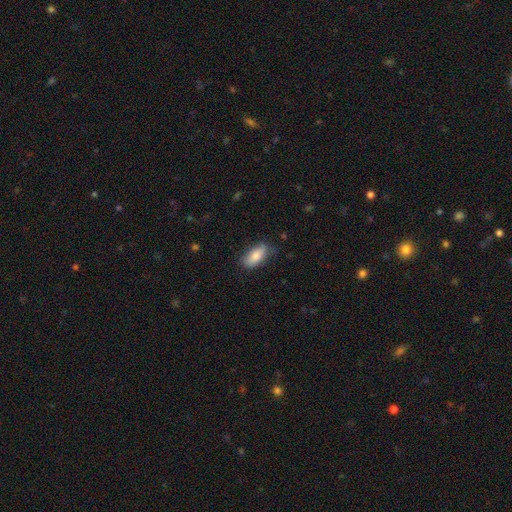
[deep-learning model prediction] Smooth or featured: smooth — 82% (featured or disk — 12%)
How rounded: in between — 86% (cigar-shaped — 12%)
Merging: none — 76% (minor disturbance — 19%)